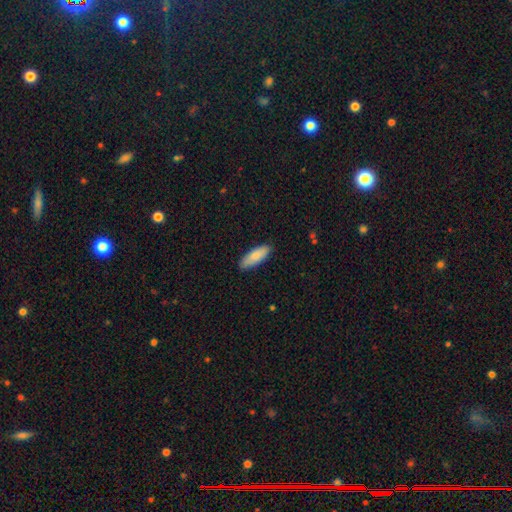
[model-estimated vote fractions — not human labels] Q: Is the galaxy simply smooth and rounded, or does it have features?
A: smooth — 85%.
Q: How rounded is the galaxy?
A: in between — 66%.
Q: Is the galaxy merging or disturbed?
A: none — 86%.